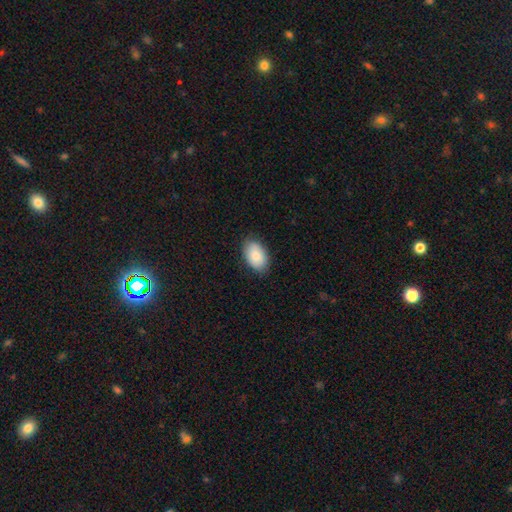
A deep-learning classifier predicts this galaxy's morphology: Smooth or featured?
  - smooth: 86% *
  - featured or disk: 8%
  - star or artifact: 6%
How rounded?
  - in between: 91% *
  - round: 8%
  - cigar-shaped: 1%
Merging?
  - none: 84% *
  - minor disturbance: 13%
  - major disturbance: 3%
  - merger: 1%